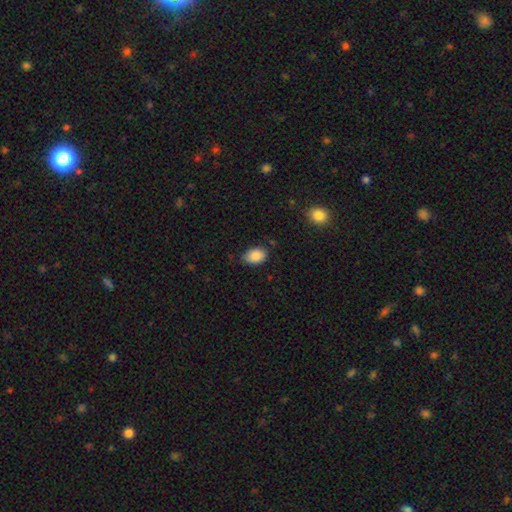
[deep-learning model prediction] The model was most divided on "merging": none: 77%, minor disturbance: 19%, major disturbance: 3%, merger: 2%. More confident: smooth or featured — smooth (88%); how rounded — in between (86%).